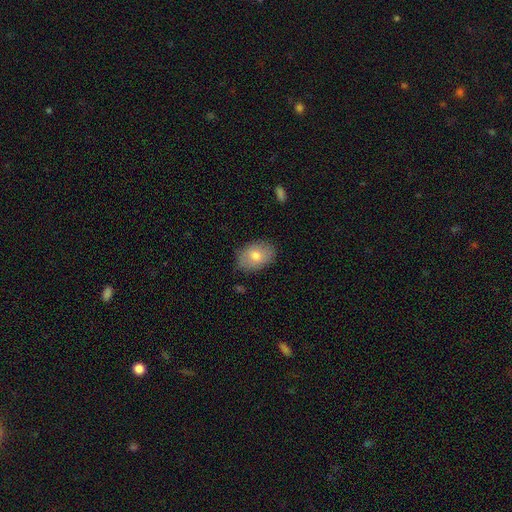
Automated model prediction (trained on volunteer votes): Smooth or featured?
  - smooth: 76% *
  - featured or disk: 17%
  - star or artifact: 7%
How rounded?
  - in between: 81% *
  - round: 18%
  - cigar-shaped: 1%
Merging?
  - none: 83% *
  - minor disturbance: 13%
  - major disturbance: 3%
  - merger: 1%